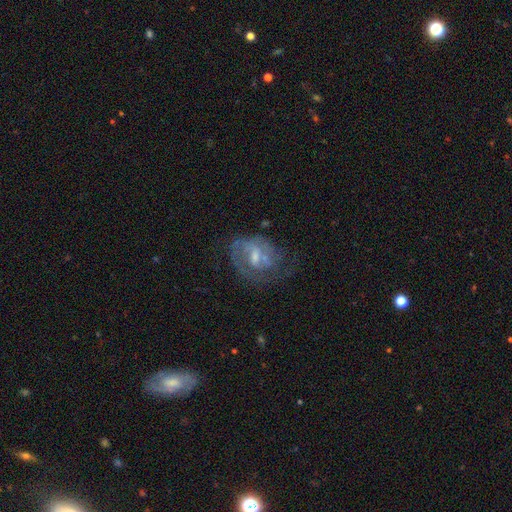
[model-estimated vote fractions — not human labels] smooth_or_featured: featured or disk (p=0.72) [alt: smooth p=0.19]
disk_edge_on: no (p=0.96) [alt: yes p=0.04]
bar: weak (p=0.53) [alt: no p=0.30]
has_spiral_arms: yes (p=0.74) [alt: no p=0.26]
spiral_winding: tight (p=0.43) [alt: medium p=0.40]
spiral_arm_count: 2 (p=0.37) [alt: can't tell p=0.35]
bulge_size: moderate (p=0.45) [alt: small p=0.38]
merging: none (p=0.51) [alt: major disturbance p=0.23]